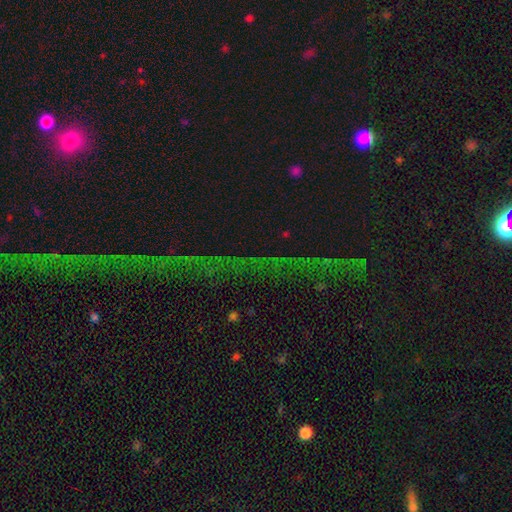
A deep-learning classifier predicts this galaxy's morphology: smooth_or_featured: star or artifact (p=0.77) [alt: featured or disk p=0.12]